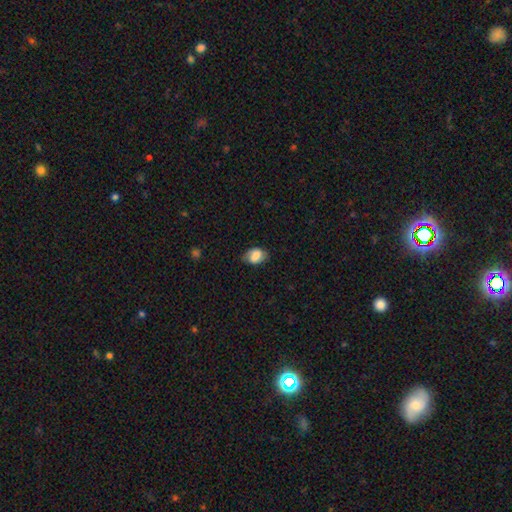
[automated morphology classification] Q: Smooth or featured?
A: smooth (73%); runner-up: featured or disk (19%)
Q: How rounded?
A: in between (81%); runner-up: round (18%)
Q: Merging?
A: none (71%); runner-up: minor disturbance (22%)